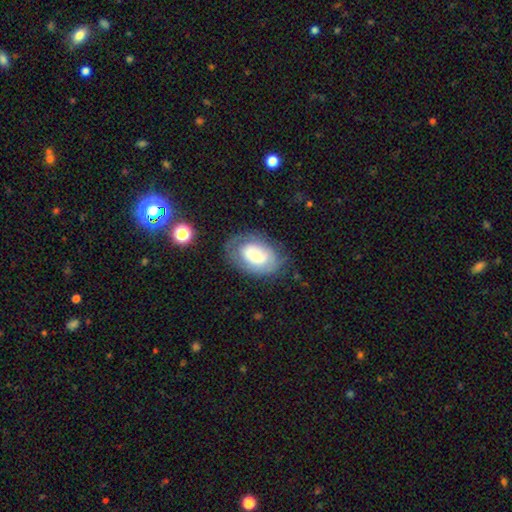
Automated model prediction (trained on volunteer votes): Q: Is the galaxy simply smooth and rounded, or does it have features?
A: smooth — 48%.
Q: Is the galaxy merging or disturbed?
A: none — 65%.